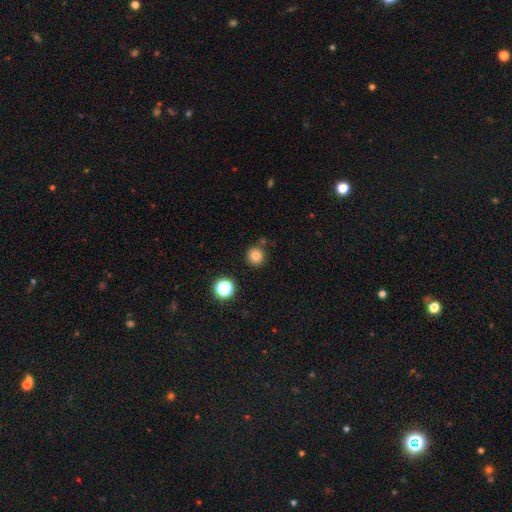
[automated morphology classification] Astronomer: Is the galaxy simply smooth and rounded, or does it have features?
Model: smooth — 82%.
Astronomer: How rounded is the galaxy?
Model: round — 94%.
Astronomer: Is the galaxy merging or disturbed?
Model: none — 83%.